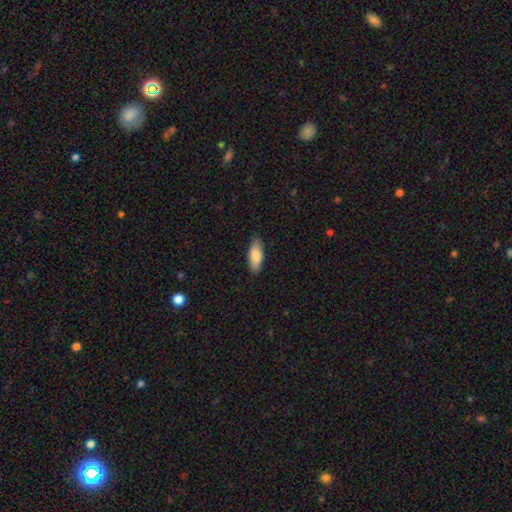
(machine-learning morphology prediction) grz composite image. It shows a smooth galaxy with no disk features (85%) that is in between round and cigar-shaped (76%). Merging: none (85%).